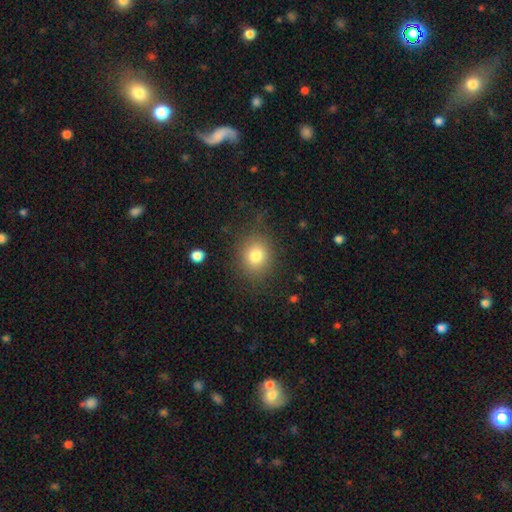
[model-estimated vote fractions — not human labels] Smooth or featured? Predicted: smooth (p=0.79). How rounded? Predicted: round (p=0.69). Merging? Predicted: none (p=0.80).